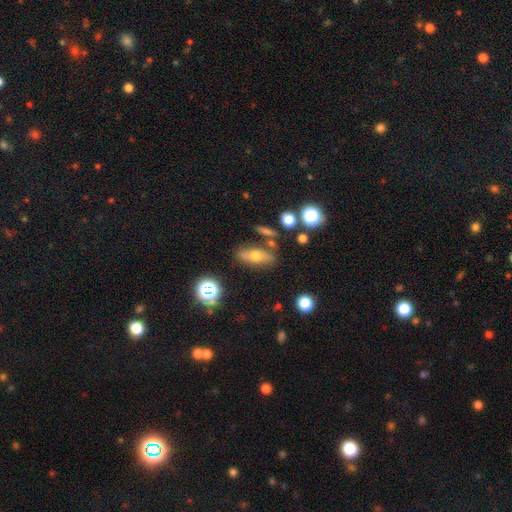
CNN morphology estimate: Smooth or featured? Predicted: smooth (p=0.58). How rounded? Predicted: in between (p=0.67). Merging? Predicted: none (p=0.75).